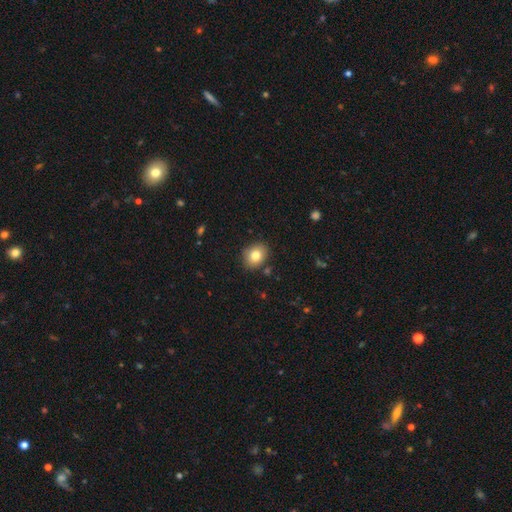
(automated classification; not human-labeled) smooth_or_featured: smooth (p=0.80) [alt: star or artifact p=0.10]
how_rounded: round (p=0.55) [alt: in between p=0.44]
merging: none (p=0.87) [alt: minor disturbance p=0.09]